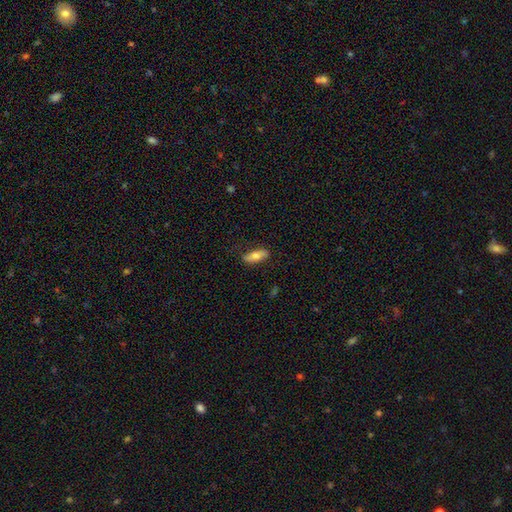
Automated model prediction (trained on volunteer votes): smooth 69%, featured or disk 25%, star or artifact 6%. Down the decision tree: how rounded — in between (69%); merging — none (81%).